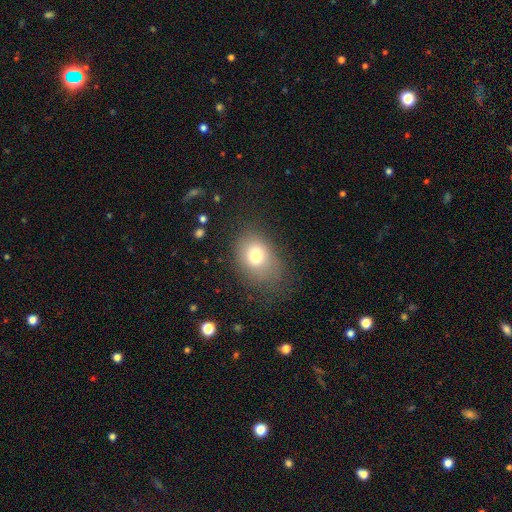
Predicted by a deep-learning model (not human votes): A smooth galaxy with no disk features (76%) that is in between round and cigar-shaped (63%).

Vote fractions:
- Smooth or featured? smooth: 76% / featured or disk: 13% / star or artifact: 11%
- How rounded? in between: 63% / round: 36% / cigar-shaped: 1%
- Merging? none: 65% / minor disturbance: 21% / major disturbance: 12% / merger: 2%